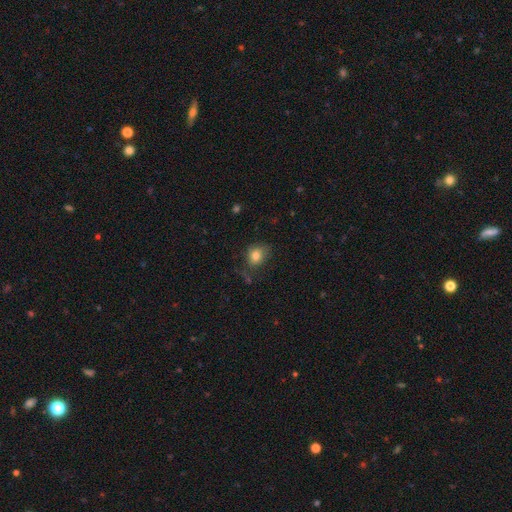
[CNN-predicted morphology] Smooth or featured: smooth — 79% (star or artifact — 11%)
How rounded: round — 56% (in between — 43%)
Merging: none — 63% (minor disturbance — 25%)